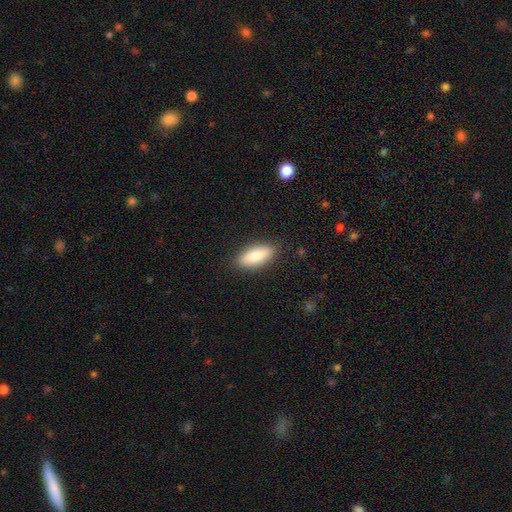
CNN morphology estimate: The model was most divided on "how rounded": in between: 78%, cigar-shaped: 19%, round: 2%. More confident: merging — none (87%); smooth or featured — smooth (79%).